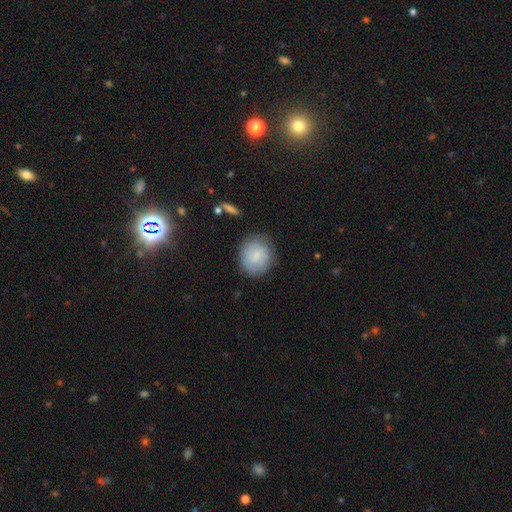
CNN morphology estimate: A smooth galaxy with no disk features (76%) that is round (71%).

Vote fractions:
- Smooth or featured? smooth: 76% / featured or disk: 17% / star or artifact: 7%
- How rounded? round: 71% / in between: 28% / cigar-shaped: 1%
- Merging? none: 78% / minor disturbance: 16% / major disturbance: 5% / merger: 2%